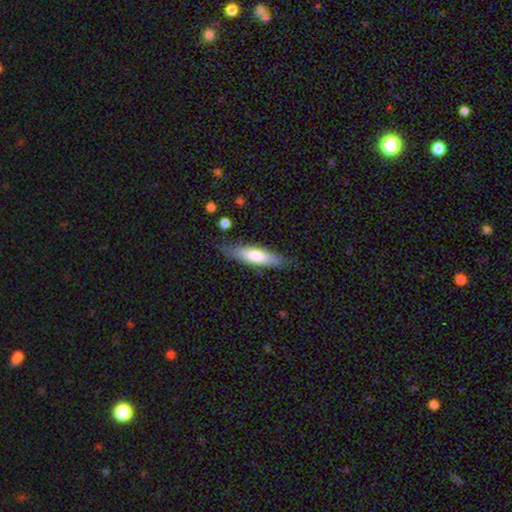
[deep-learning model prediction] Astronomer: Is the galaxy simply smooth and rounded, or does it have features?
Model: smooth — 68%.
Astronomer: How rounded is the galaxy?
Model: cigar-shaped — 65%.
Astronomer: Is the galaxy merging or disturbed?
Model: none — 78%.